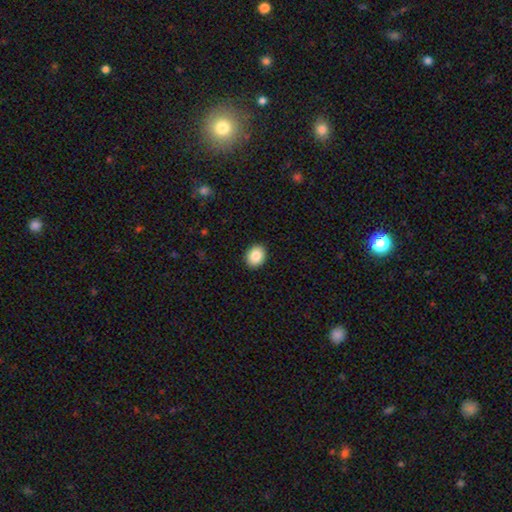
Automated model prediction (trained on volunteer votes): Smooth or featured: smooth — 86% (star or artifact — 8%)
How rounded: round — 52% (in between — 48%)
Merging: none — 91% (minor disturbance — 6%)